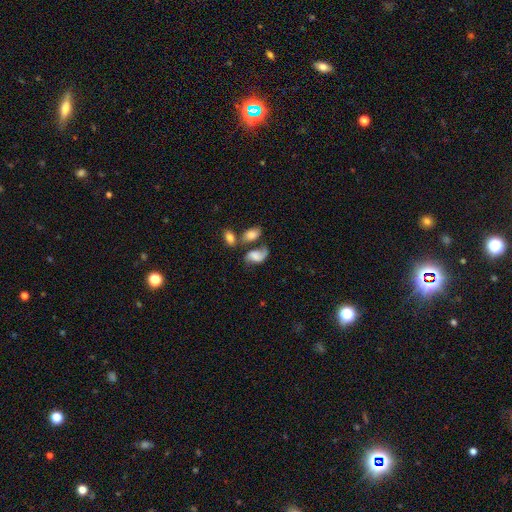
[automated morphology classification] smooth-or-featured: featured or disk: 54% | smooth: 36% | star or artifact: 10%
  disk-edge-on: no: 96% | yes: 4%
    bar: no: 57% | weak: 33% | strong: 10%
    has-spiral-arms: yes: 87% | no: 13%
    bulge-size: none: 37% | large: 21% | moderate: 20% | small: 17% | dominant: 5%
  merging: none: 40% | merger: 25% | minor disturbance: 20% | major disturbance: 15%